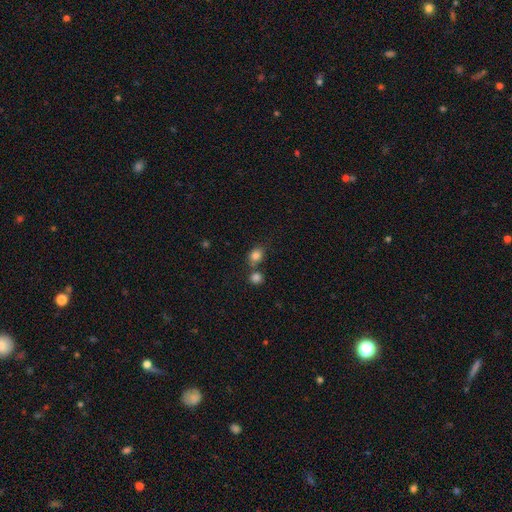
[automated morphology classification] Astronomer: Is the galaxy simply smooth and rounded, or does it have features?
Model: smooth — 82%.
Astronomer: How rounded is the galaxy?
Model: round — 56% (runner-up: in between, 43%).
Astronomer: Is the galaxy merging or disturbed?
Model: none — 56%.